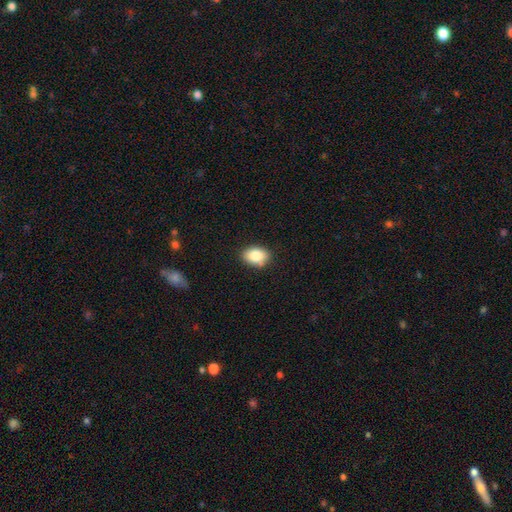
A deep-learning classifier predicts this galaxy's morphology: Smooth or featured: smooth — 84% (star or artifact — 8%)
How rounded: in between — 80% (round — 19%)
Merging: none — 82% (minor disturbance — 13%)